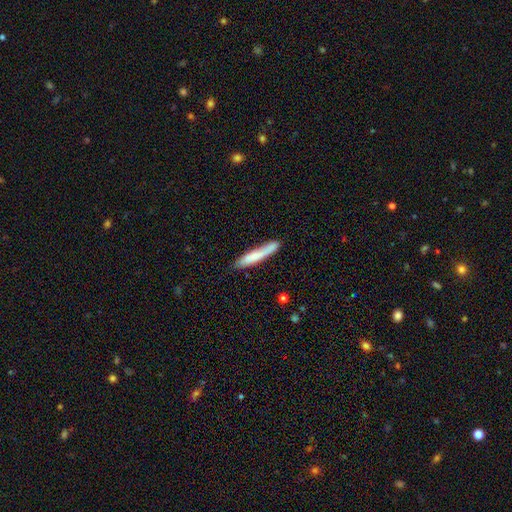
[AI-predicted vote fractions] This is likely a smooth galaxy (70%). How rounded: clearly cigar-shaped (92%). Merging: likely none (69%).